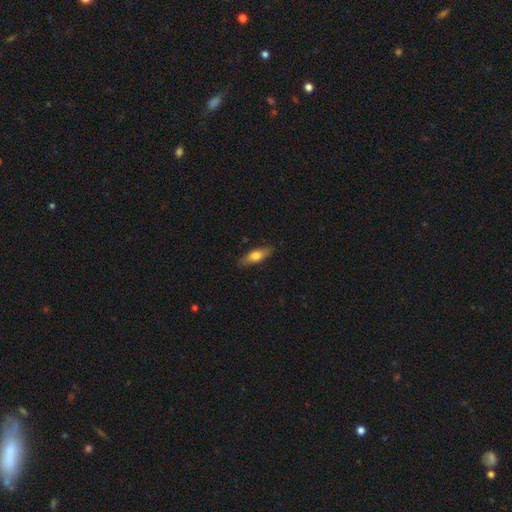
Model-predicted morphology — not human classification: Smooth or featured?
  - smooth: 68% *
  - featured or disk: 26%
  - star or artifact: 6%
How rounded?
  - in between: 60% *
  - cigar-shaped: 37%
  - round: 3%
Merging?
  - none: 85% *
  - minor disturbance: 12%
  - major disturbance: 2%
  - merger: 1%